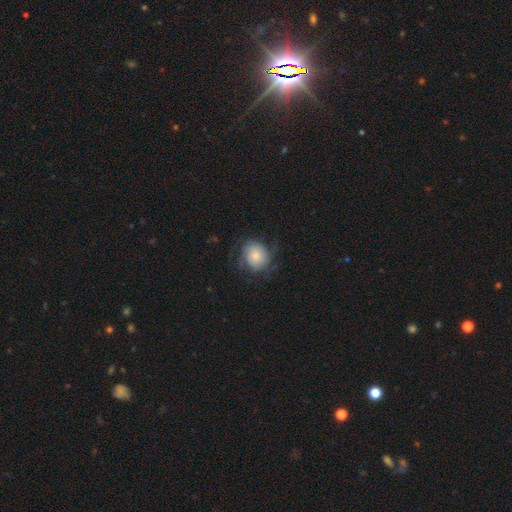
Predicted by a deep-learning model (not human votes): smooth_or_featured: smooth (p=0.52) [alt: featured or disk p=0.39]
how_rounded: round (p=0.77) [alt: in between p=0.23]
merging: none (p=0.62) [alt: minor disturbance p=0.21]